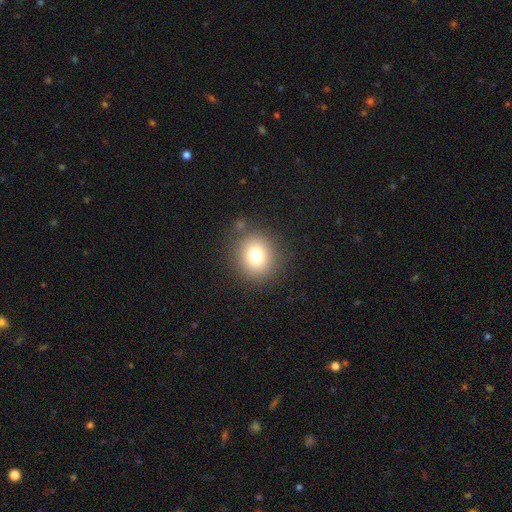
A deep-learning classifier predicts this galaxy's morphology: Smooth or featured? Predicted: smooth (p=0.76). How rounded? Predicted: round (p=0.85). Merging? Predicted: none (p=0.84).